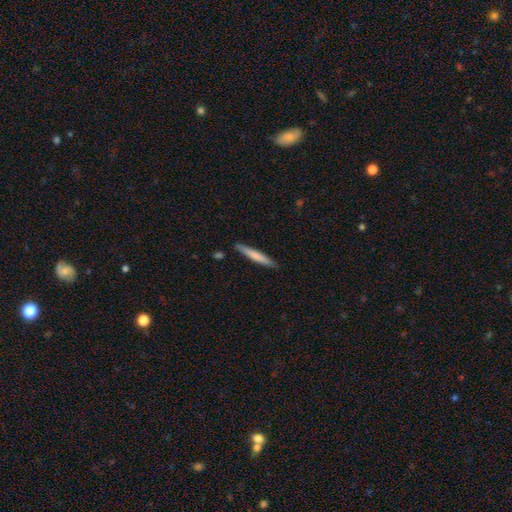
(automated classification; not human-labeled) This appears to be a smooth galaxy with no disk features (71%) that is cigar-shaped (95%). Merging: none (89%).